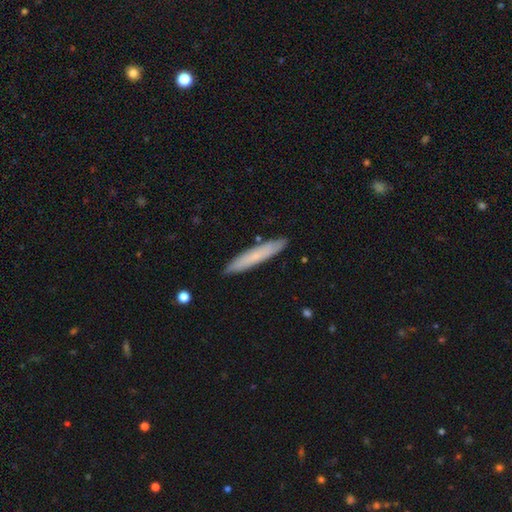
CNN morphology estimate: Smooth or featured? smooth (66%)
How rounded? cigar-shaped (93%)
Merging? none (88%)